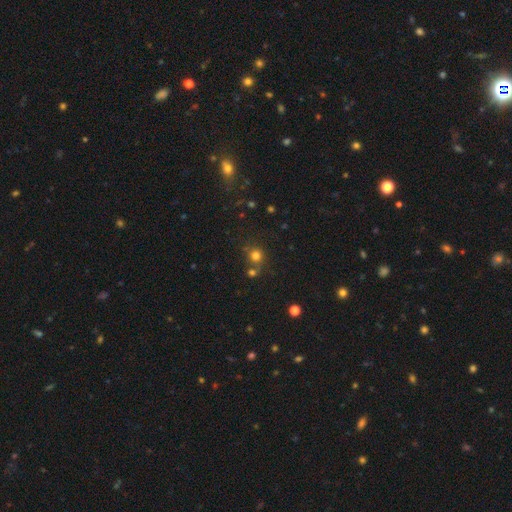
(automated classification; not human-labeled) This is likely a smooth galaxy (75%). How rounded: clearly round (88%). Merging: likely none (61%).